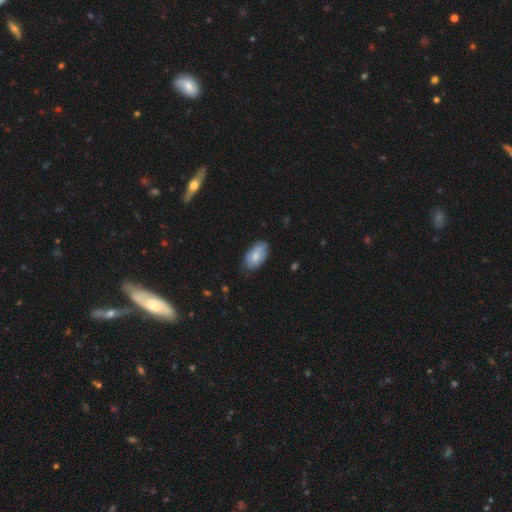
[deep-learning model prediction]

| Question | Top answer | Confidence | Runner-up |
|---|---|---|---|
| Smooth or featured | smooth | 73% | featured or disk (21%) |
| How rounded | in between | 94% | round (4%) |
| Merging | none | 72% | minor disturbance (23%) |